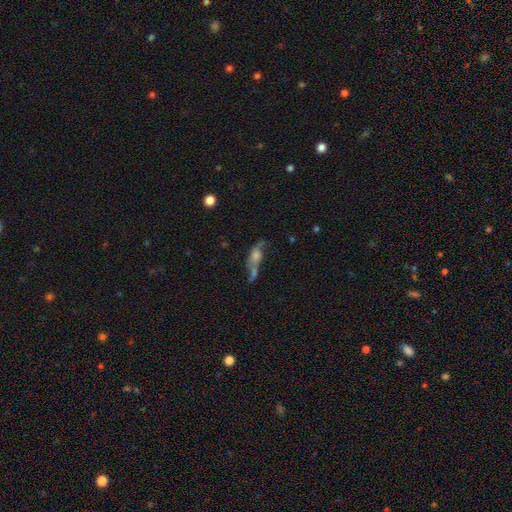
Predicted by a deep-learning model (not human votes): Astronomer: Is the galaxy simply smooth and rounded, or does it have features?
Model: featured or disk — 53% (runner-up: smooth, 34%).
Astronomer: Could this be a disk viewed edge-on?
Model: no — 74%.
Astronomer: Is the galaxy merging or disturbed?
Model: none — 34% (runner-up: merger, 28%).